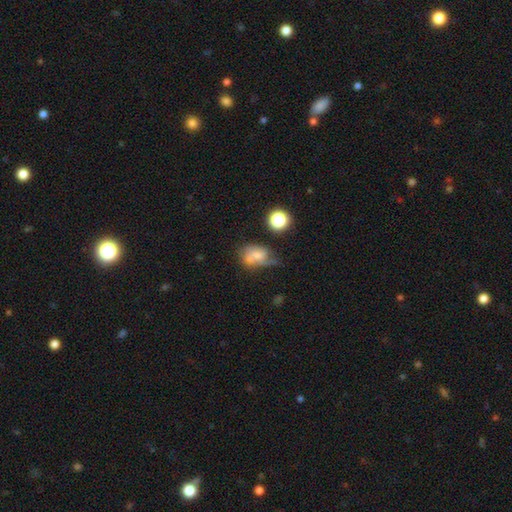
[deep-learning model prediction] The model was most divided on "merging": minor disturbance: 29%, none: 28%, major disturbance: 28%, merger: 15%. More confident: how rounded — in between (67%); smooth or featured — smooth (54%).